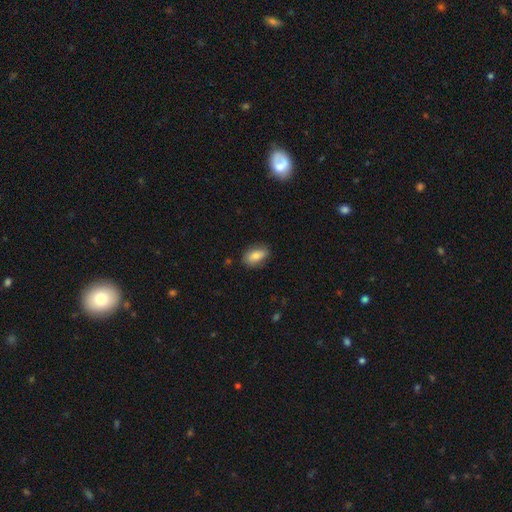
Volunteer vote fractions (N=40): Smooth or featured?
  - smooth: 78% *
  - featured or disk: 22%
  - star or artifact: 0%
How rounded?
  - in between: 94% *
  - round: 3%
  - cigar-shaped: 3%
Merging?
  - none: 90% *
  - minor disturbance: 10%
  - major disturbance: 0%
  - merger: 0%